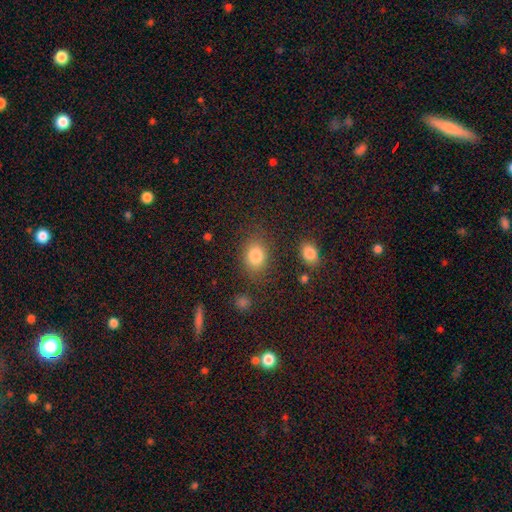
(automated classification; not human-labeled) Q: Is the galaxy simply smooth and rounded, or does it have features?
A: smooth — 83%.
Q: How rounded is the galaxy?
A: in between — 56%.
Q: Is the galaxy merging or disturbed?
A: none — 79%.